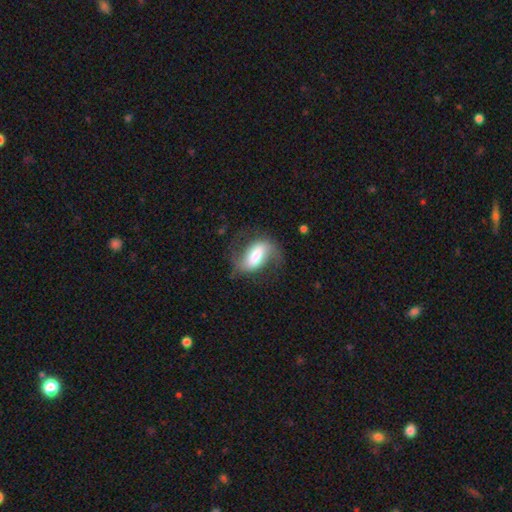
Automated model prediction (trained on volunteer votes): Q: Smooth or featured?
A: featured or disk (65%); runner-up: smooth (29%)
Q: Edge-on disk?
A: no (94%); runner-up: yes (6%)
Q: Bar?
A: strong (48%); runner-up: weak (34%)
Q: Spiral arms?
A: yes (88%); runner-up: no (12%)
Q: Spiral winding?
A: loose (59%); runner-up: medium (32%)
Q: Spiral arm count?
A: 2 (89%); runner-up: can't tell (4%)
Q: Bulge size?
A: moderate (40%); runner-up: large (29%)
Q: Merging?
A: none (63%); runner-up: minor disturbance (19%)